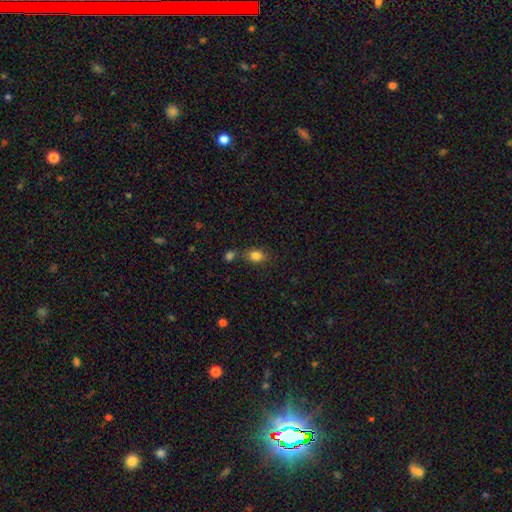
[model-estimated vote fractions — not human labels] smooth_or_featured: smooth (p=0.83) [alt: star or artifact p=0.10]
how_rounded: in between (p=0.66) [alt: round p=0.33]
merging: none (p=0.66) [alt: merger p=0.17]